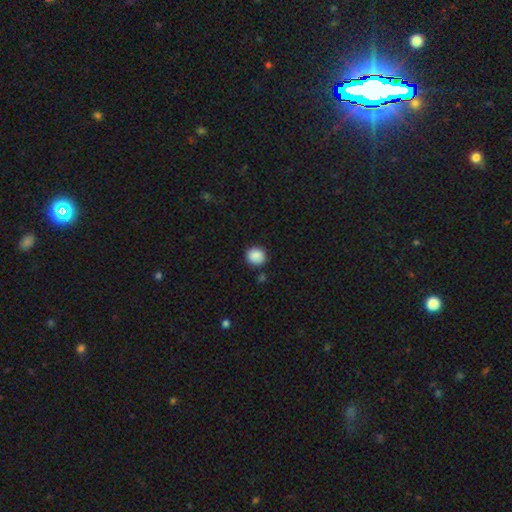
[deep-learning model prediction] Morphology: type=smooth (88%); roundness=round (88%); merging=none (85%).